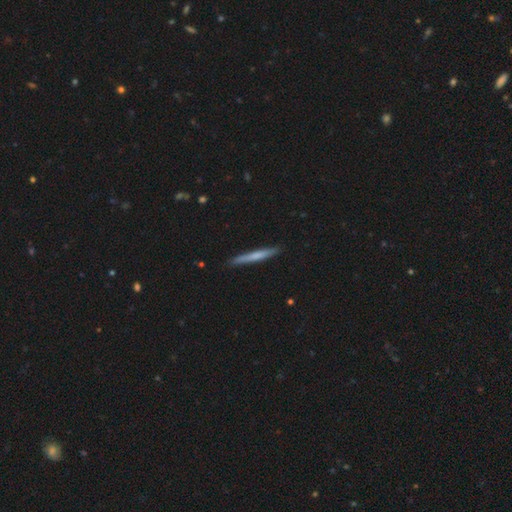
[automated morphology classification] Overall: smooth (58%; featured or disk 37%). How rounded: cigar-shaped (96%). Merging: none (90%).